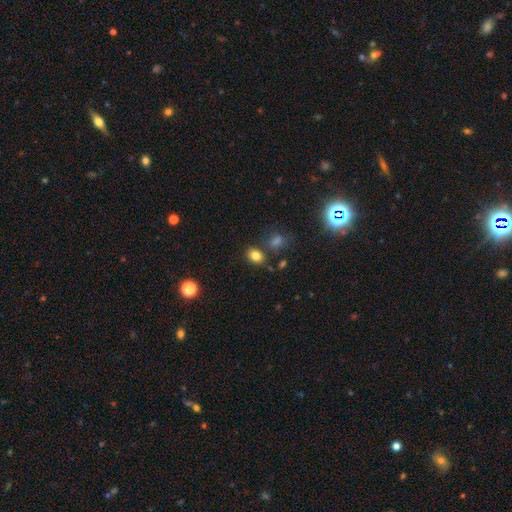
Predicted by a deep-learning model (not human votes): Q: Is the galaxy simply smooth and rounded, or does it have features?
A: smooth — 81%.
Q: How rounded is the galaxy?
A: in between — 63%.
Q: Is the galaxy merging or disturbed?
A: none — 75%.